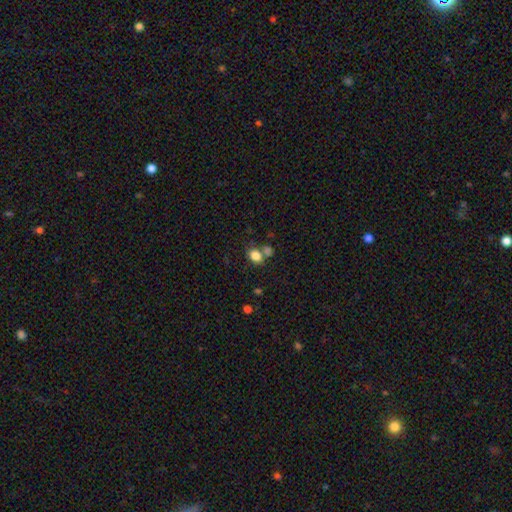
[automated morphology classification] Overall: smooth (82%). How rounded: in between (61%; round 38%). Merging: none (53%; merger 28%).